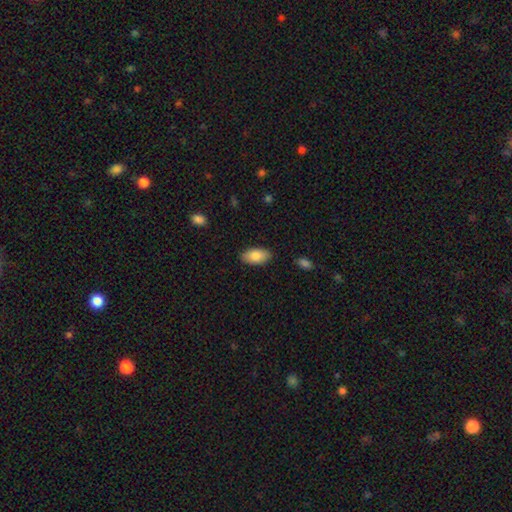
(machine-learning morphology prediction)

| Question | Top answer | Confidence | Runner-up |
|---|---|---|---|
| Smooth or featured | smooth | 83% | featured or disk (11%) |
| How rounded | in between | 95% | round (3%) |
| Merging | none | 87% | minor disturbance (10%) |